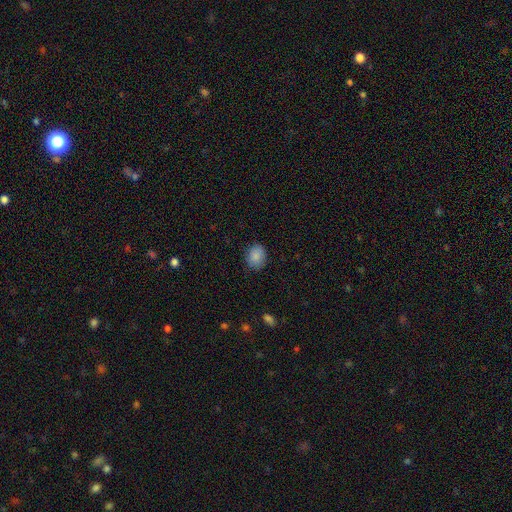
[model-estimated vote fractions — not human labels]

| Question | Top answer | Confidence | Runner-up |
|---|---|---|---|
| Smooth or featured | smooth | 87% | star or artifact (8%) |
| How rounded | in between | 51% | round (48%) |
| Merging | none | 85% | minor disturbance (12%) |